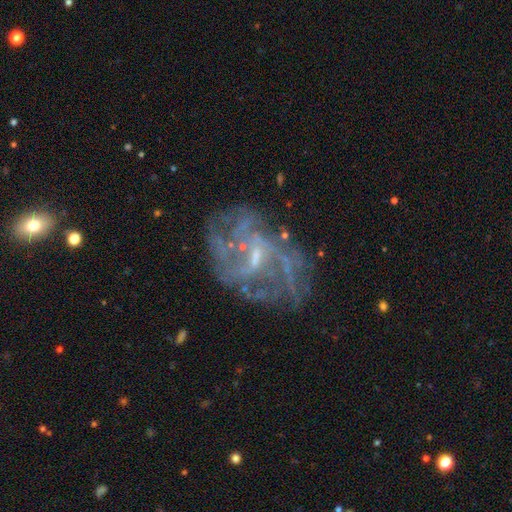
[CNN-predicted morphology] Overall: featured or disk (78%). Edge-on disk: no (97%). Bar: weak (53%; no 32%). Spiral arms: yes (76%). Spiral arm count: can't tell (47%; 2 14%). Spiral winding: medium (38%; tight 33%). Bulge size: small (65%). Merging: none (62%).